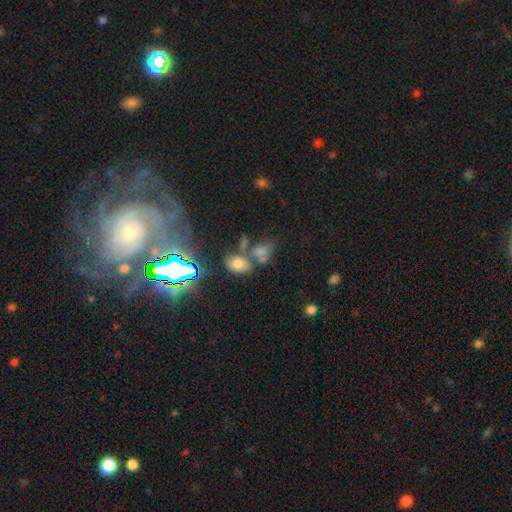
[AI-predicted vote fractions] Smooth or featured: featured or disk — 38% (star or artifact — 35%)
Merging: none — 48% (merger — 23%)